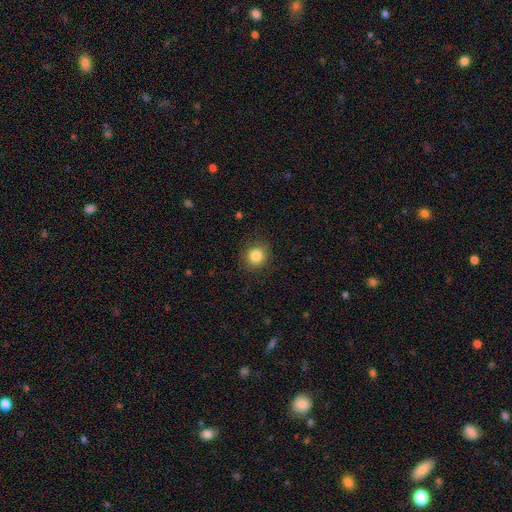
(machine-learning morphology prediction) A smooth galaxy with no disk features (85%) that is round (86%).

Vote fractions:
- Smooth or featured? smooth: 85% / star or artifact: 10% / featured or disk: 5%
- How rounded? round: 86% / in between: 13% / cigar-shaped: 1%
- Merging? none: 88% / minor disturbance: 9% / major disturbance: 3% / merger: 1%